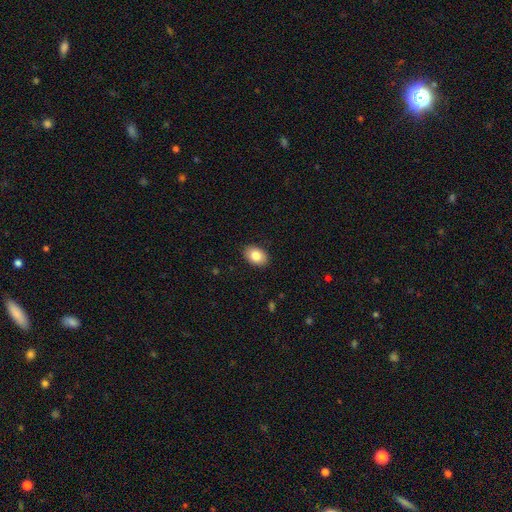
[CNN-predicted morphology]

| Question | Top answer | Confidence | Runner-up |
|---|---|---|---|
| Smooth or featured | smooth | 82% | featured or disk (10%) |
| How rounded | in between | 83% | round (16%) |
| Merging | none | 89% | minor disturbance (8%) |